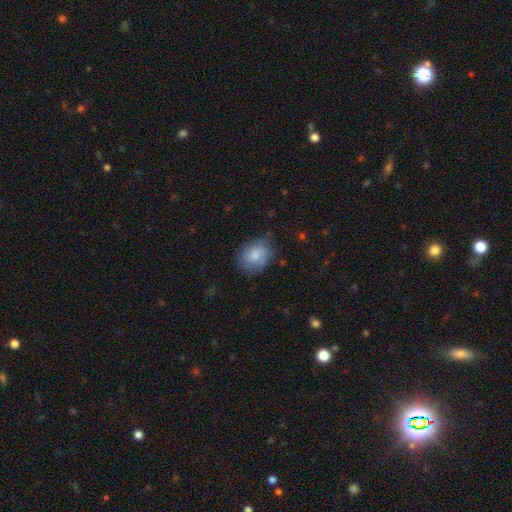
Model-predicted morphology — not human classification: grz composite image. It shows a smooth galaxy with no disk features (73%) that is in between round and cigar-shaped (64%). Merging: none (62%).